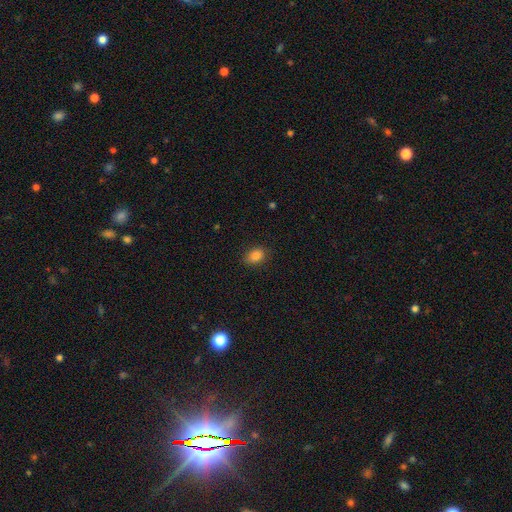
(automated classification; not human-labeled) Smooth or featured?
  - smooth: 85% *
  - star or artifact: 10%
  - featured or disk: 4%
How rounded?
  - in between: 76% *
  - round: 22%
  - cigar-shaped: 1%
Merging?
  - none: 84% *
  - minor disturbance: 12%
  - major disturbance: 3%
  - merger: 1%